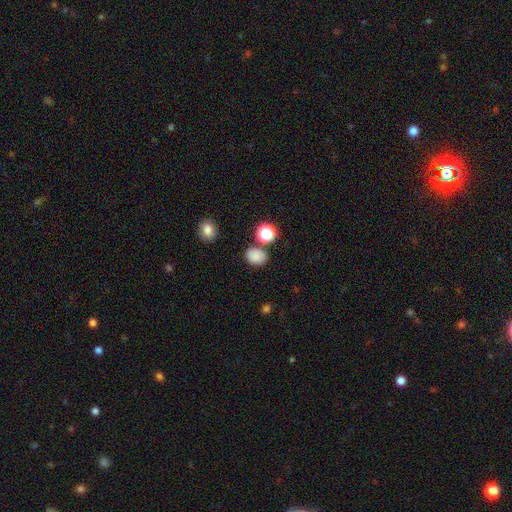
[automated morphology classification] smooth_or_featured: smooth (p=0.82) [alt: star or artifact p=0.13]
how_rounded: round (p=0.50) [alt: in between p=0.49]
merging: none (p=0.77) [alt: minor disturbance p=0.12]